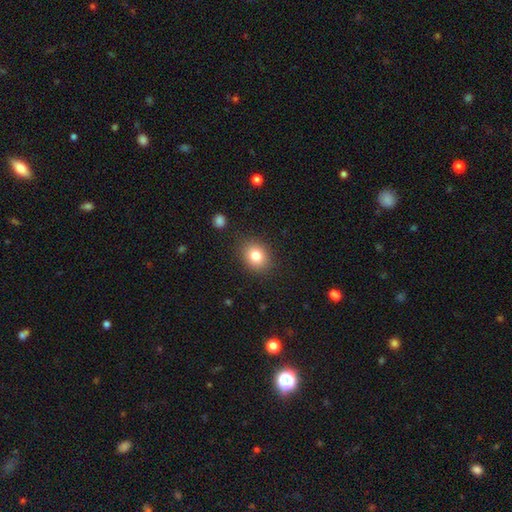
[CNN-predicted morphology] The model was most divided on "how rounded": round: 60%, in between: 39%, cigar-shaped: 1%. More confident: merging — none (87%); smooth or featured — smooth (81%).